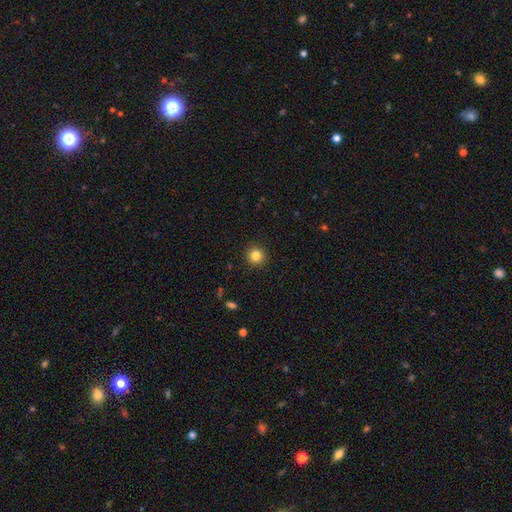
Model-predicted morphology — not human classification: This appears to be a smooth galaxy with no disk features (83%) that is round (94%). Merging: none (92%).